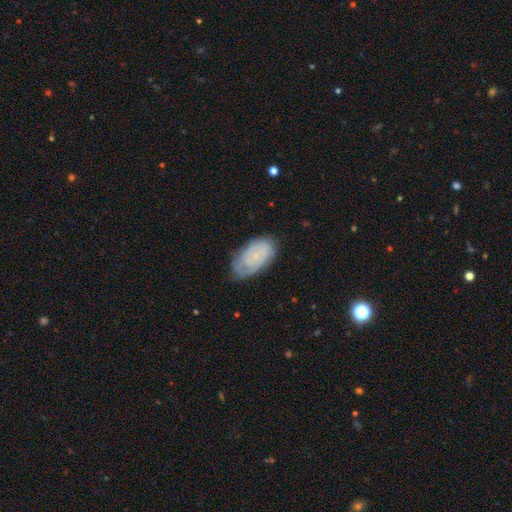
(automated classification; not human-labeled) A featured or disk galaxy (47%).

Vote fractions:
- Smooth or featured? featured or disk: 47% / smooth: 45% / star or artifact: 8%
- Merging? none: 64% / minor disturbance: 26% / major disturbance: 8% / merger: 2%